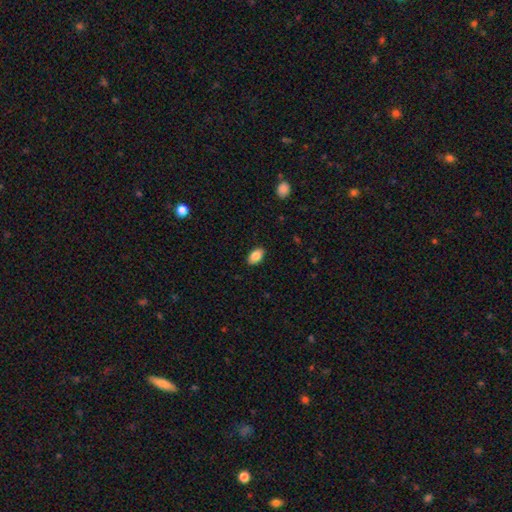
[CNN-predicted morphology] Smooth or featured: smooth — 86% (star or artifact — 7%)
How rounded: in between — 92% (round — 6%)
Merging: none — 88% (minor disturbance — 9%)